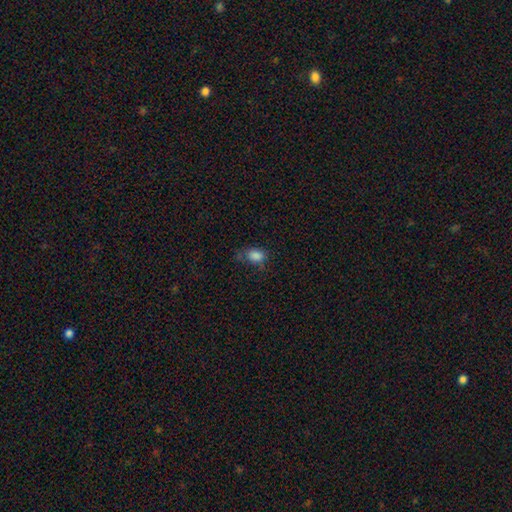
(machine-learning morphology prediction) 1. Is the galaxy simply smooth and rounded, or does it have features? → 82% smooth, 12% star or artifact, 6% featured or disk.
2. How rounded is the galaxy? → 70% in between, 28% round, 2% cigar-shaped.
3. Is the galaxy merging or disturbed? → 52% none, 30% minor disturbance, 13% major disturbance, 5% merger.